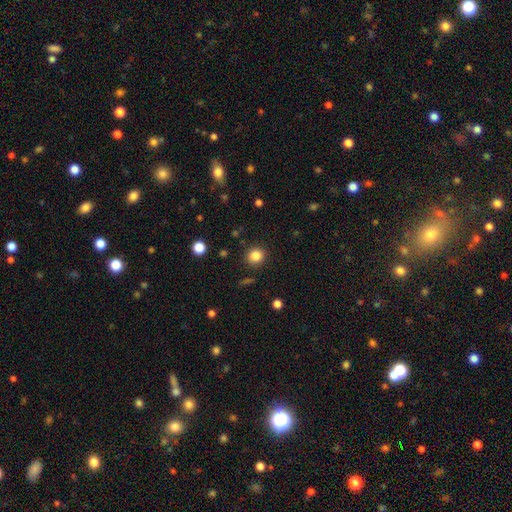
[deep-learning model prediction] smooth_or_featured: smooth (p=0.83) [alt: star or artifact p=0.12]
how_rounded: round (p=0.88) [alt: in between p=0.11]
merging: none (p=0.90) [alt: minor disturbance p=0.07]